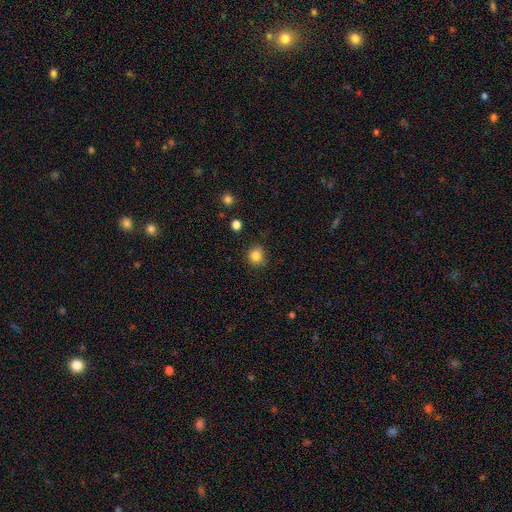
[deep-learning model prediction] Smooth or featured: smooth — 84% (star or artifact — 11%)
How rounded: round — 87% (in between — 12%)
Merging: none — 85% (minor disturbance — 11%)